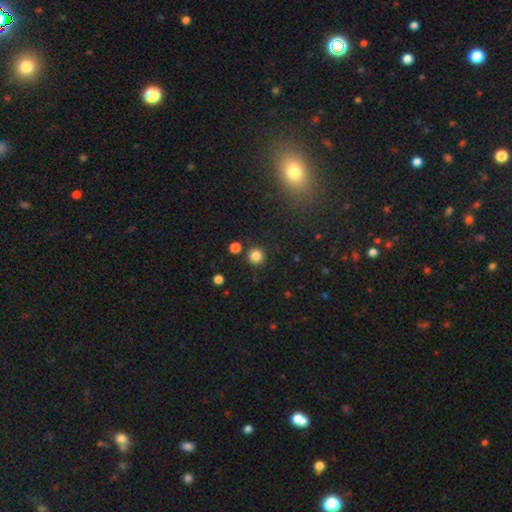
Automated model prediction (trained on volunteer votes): smooth_or_featured: smooth (p=0.83) [alt: star or artifact p=0.13]
how_rounded: round (p=0.94) [alt: in between p=0.05]
merging: none (p=0.87) [alt: minor disturbance p=0.06]